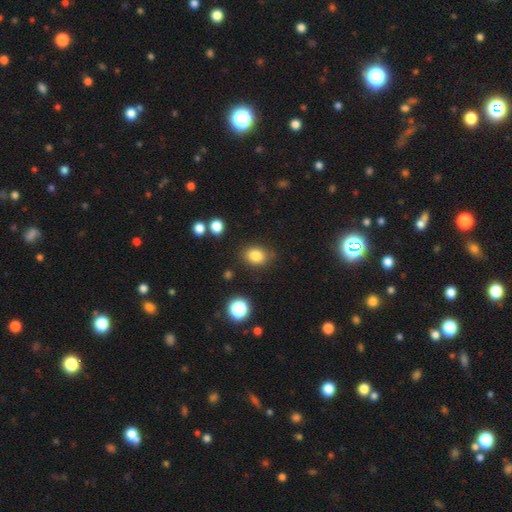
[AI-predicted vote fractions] Morphology: type=smooth (83%); roundness=in between (58%); merging=none (82%).